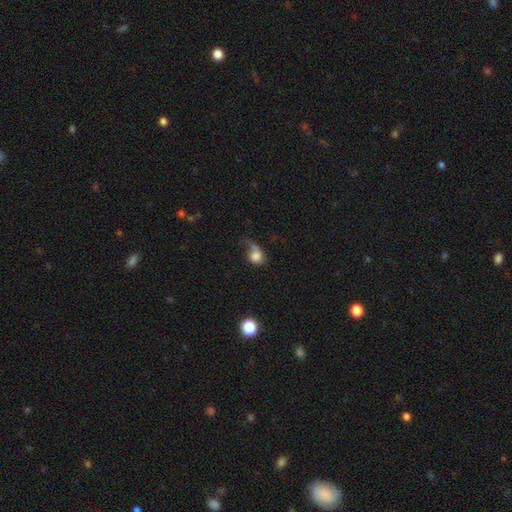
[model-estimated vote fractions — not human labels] Q: Smooth or featured?
A: smooth (65%); runner-up: featured or disk (25%)
Q: How rounded?
A: round (57%); runner-up: in between (42%)
Q: Merging?
A: major disturbance (47%); runner-up: none (25%)